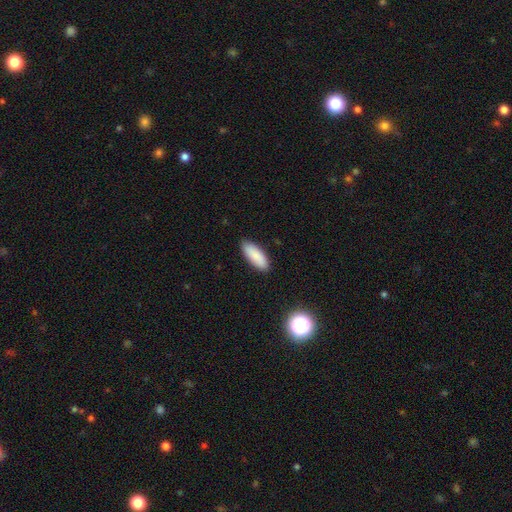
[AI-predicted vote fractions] Q: Smooth or featured?
A: smooth (87%); runner-up: featured or disk (6%)
Q: How rounded?
A: in between (72%); runner-up: cigar-shaped (26%)
Q: Merging?
A: none (87%); runner-up: minor disturbance (10%)